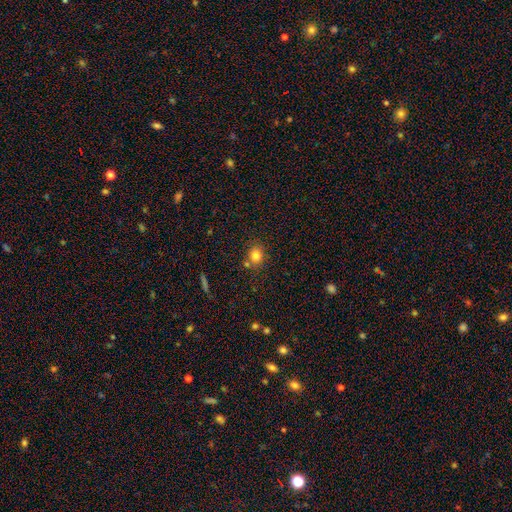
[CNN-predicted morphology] A smooth galaxy with no disk features (81%) that is round (66%).

Vote fractions:
- Smooth or featured? smooth: 81% / star or artifact: 12% / featured or disk: 7%
- How rounded? round: 66% / in between: 33% / cigar-shaped: 1%
- Merging? none: 72% / minor disturbance: 12% / merger: 12% / major disturbance: 4%